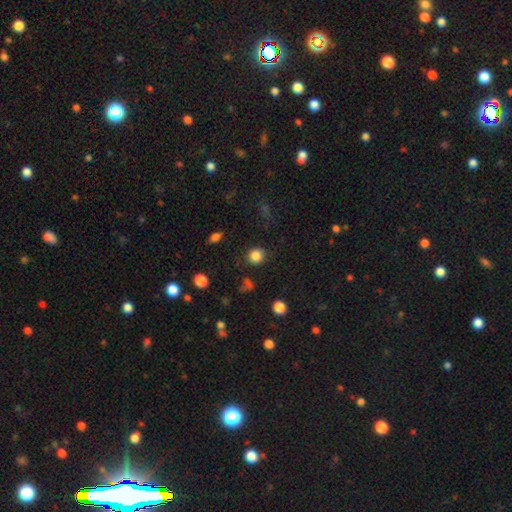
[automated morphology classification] A smooth galaxy with no disk features (84%) that is round (83%). Merging: none (83%).